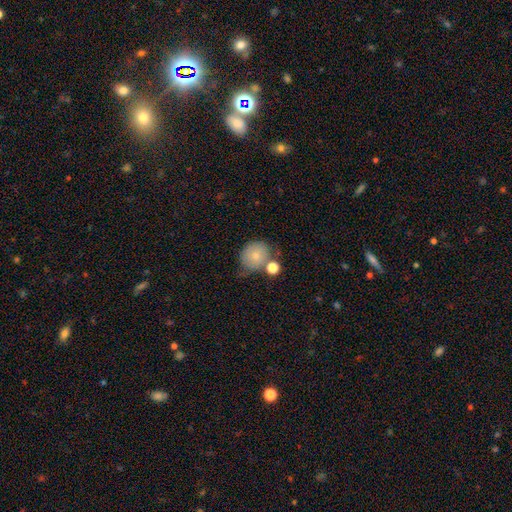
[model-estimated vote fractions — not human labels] Smooth or featured? Predicted: smooth (p=0.76). How rounded? Predicted: round (p=0.78). Merging? Predicted: none (p=0.48).